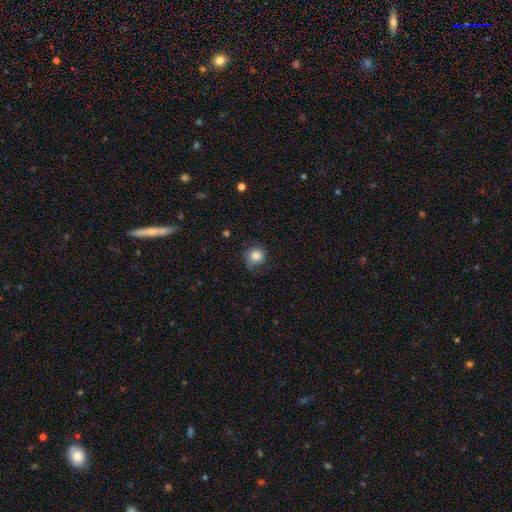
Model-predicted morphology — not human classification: Smooth or featured?
  - smooth: 81% *
  - featured or disk: 10%
  - star or artifact: 9%
How rounded?
  - round: 85% *
  - in between: 15%
  - cigar-shaped: 1%
Merging?
  - none: 61% *
  - minor disturbance: 27%
  - major disturbance: 11%
  - merger: 1%